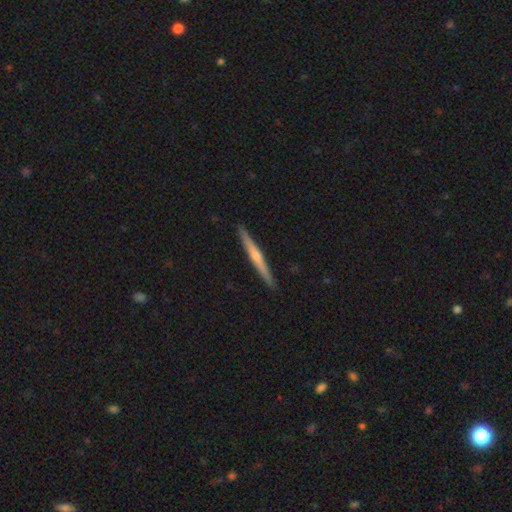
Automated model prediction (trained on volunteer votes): Smooth or featured: featured or disk — 60% (smooth — 35%)
Edge-on disk: yes — 98% (no — 2%)
Edge-on bulge: rounded — 63% (none — 31%)
Merging: none — 92% (minor disturbance — 5%)